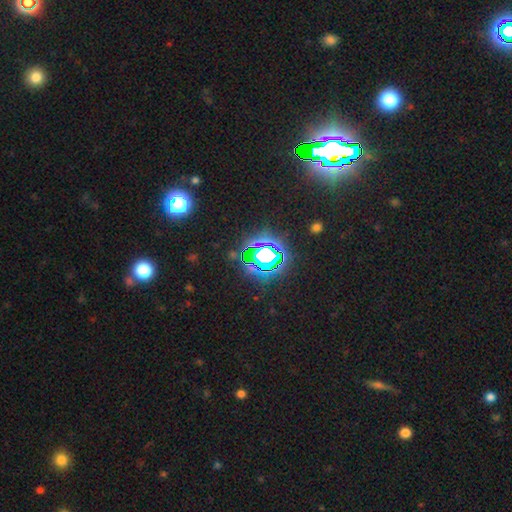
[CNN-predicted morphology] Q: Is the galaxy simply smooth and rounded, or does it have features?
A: star or artifact — 78%.